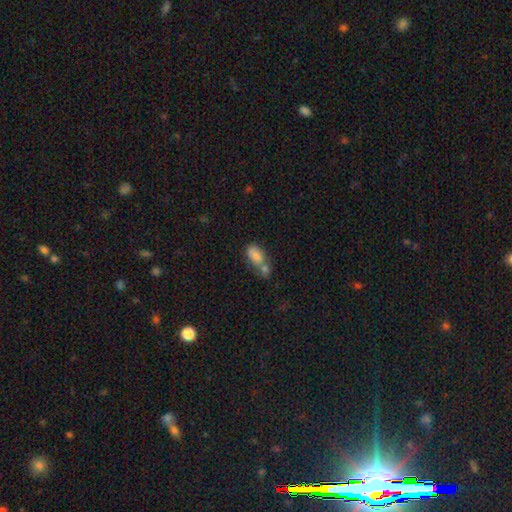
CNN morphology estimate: The model was most divided on "merging": merger: 51%, none: 30%, minor disturbance: 13%, major disturbance: 6%. More confident: how rounded — in between (87%); smooth or featured — smooth (79%).